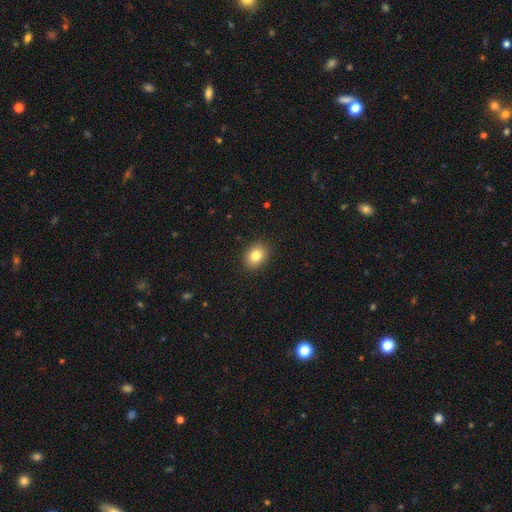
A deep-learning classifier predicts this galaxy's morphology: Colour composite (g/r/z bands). It shows a smooth galaxy with no disk features (83%) that is in between round and cigar-shaped (59%). Merging: none (90%).